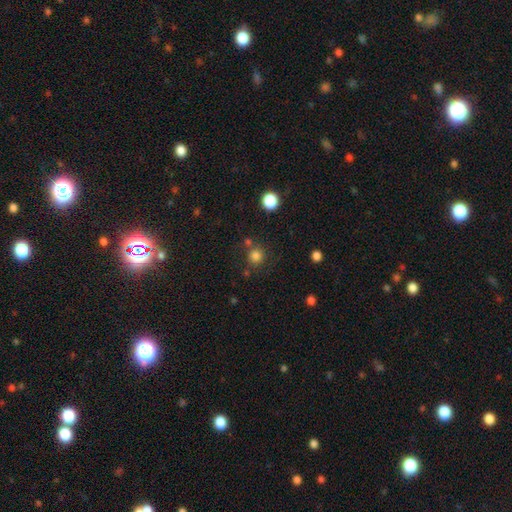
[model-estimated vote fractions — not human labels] This is clearly a smooth galaxy (80%). How rounded: clearly round (92%). Merging: likely none (75%).